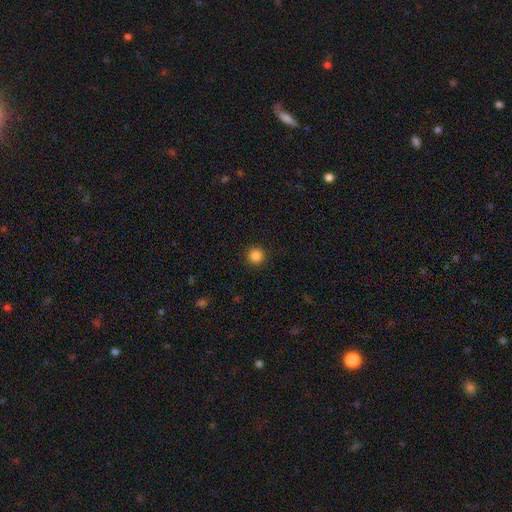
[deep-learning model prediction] A smooth galaxy with no disk features (85%) that is round (95%).

Vote fractions:
- Smooth or featured? smooth: 85% / star or artifact: 11% / featured or disk: 3%
- How rounded? round: 95% / in between: 4% / cigar-shaped: 1%
- Merging? none: 92% / minor disturbance: 5% / major disturbance: 2% / merger: 1%